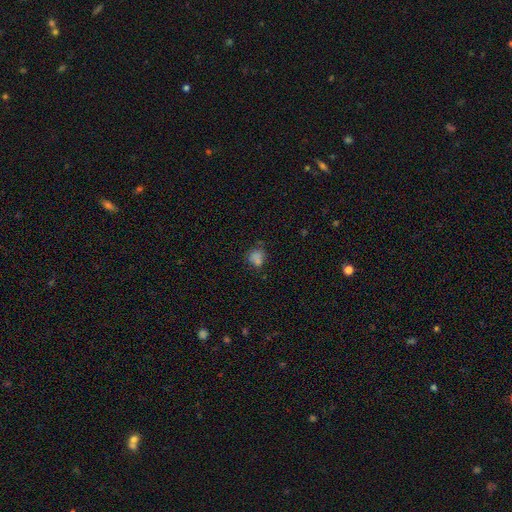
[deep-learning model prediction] smooth 68%, star or artifact 22%, featured or disk 10%. Down the decision tree: how rounded — round (68%); merging — none (60%).